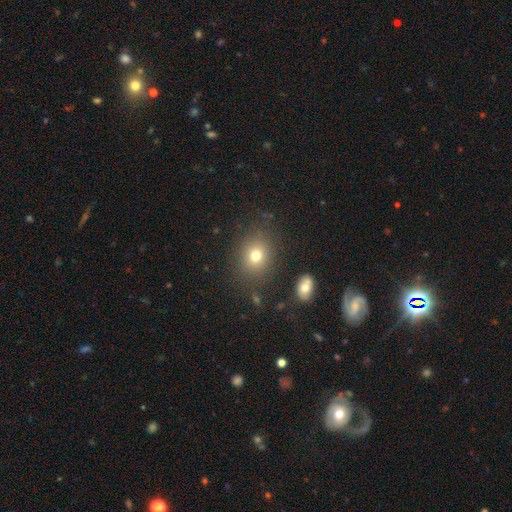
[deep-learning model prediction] Smooth or featured: smooth — 75% (star or artifact — 15%)
How rounded: round — 62% (in between — 37%)
Merging: none — 83% (minor disturbance — 10%)